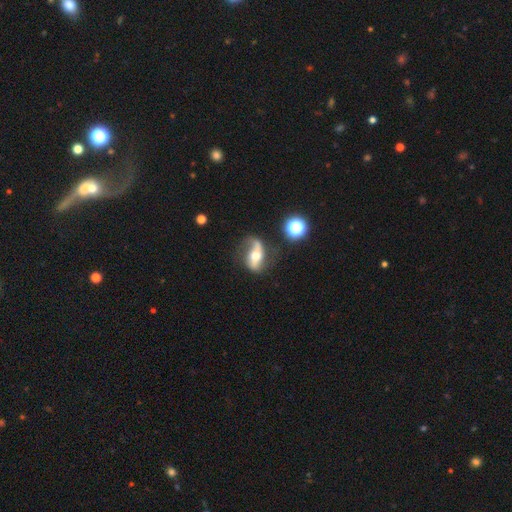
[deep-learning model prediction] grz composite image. It shows a featured or disk galaxy (71%) with a strong bar (37%), 2 (81%) loose (76%) spiral arms (87%) and a moderate central bulge (65%). Merging: none (58%).